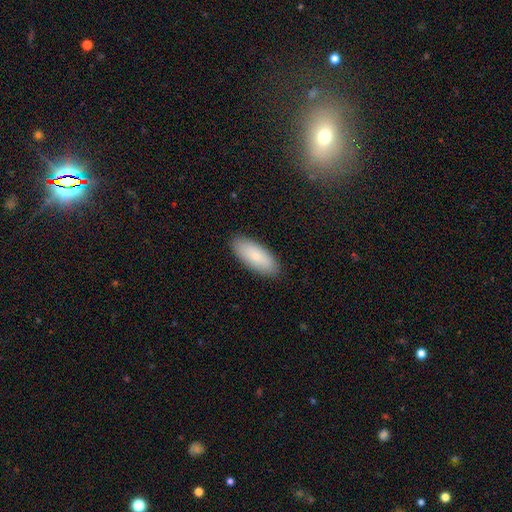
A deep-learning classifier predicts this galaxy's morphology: This is clearly a smooth galaxy (84%). How rounded: clearly in between (82%). Merging: clearly none (89%).